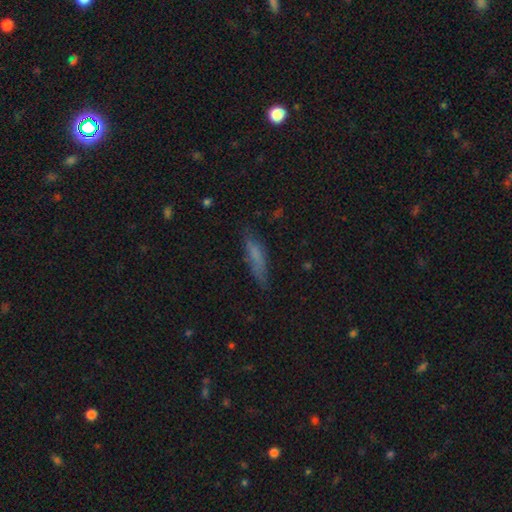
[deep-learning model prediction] Smooth or featured? smooth (63%)
How rounded? cigar-shaped (75%)
Merging? none (67%)